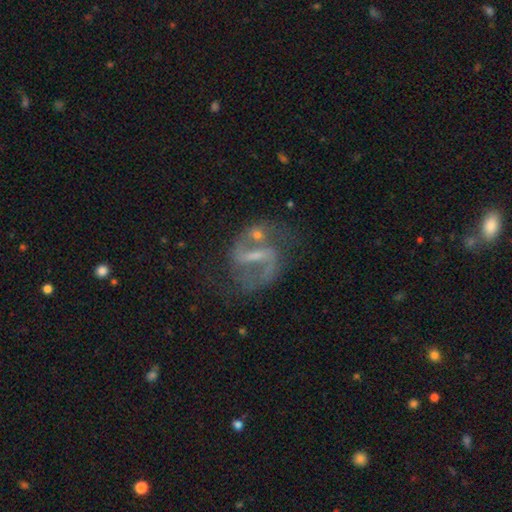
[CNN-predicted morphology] Smooth or featured: featured or disk — 87% (star or artifact — 7%)
Edge-on disk: no — 97% (yes — 3%)
Bar: strong — 56% (weak — 35%)
Spiral arms: yes — 94% (no — 6%)
Spiral winding: medium — 53% (loose — 35%)
Spiral arm count: 2 — 92% (can't tell — 3%)
Bulge size: small — 50% (none — 28%)
Merging: none — 63% (minor disturbance — 17%)